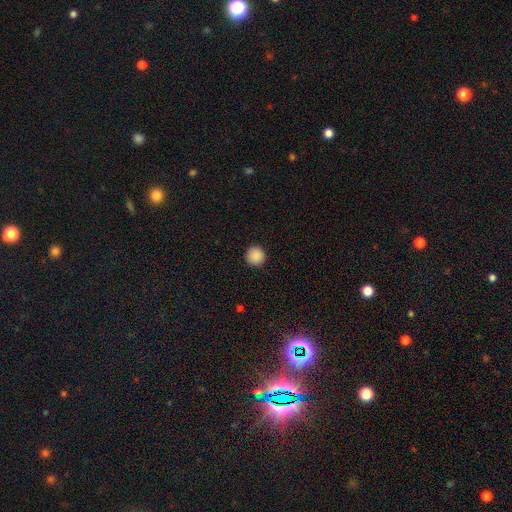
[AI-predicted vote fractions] Q: Smooth or featured?
A: smooth (89%); runner-up: star or artifact (9%)
Q: How rounded?
A: round (96%); runner-up: in between (3%)
Q: Merging?
A: none (92%); runner-up: minor disturbance (6%)